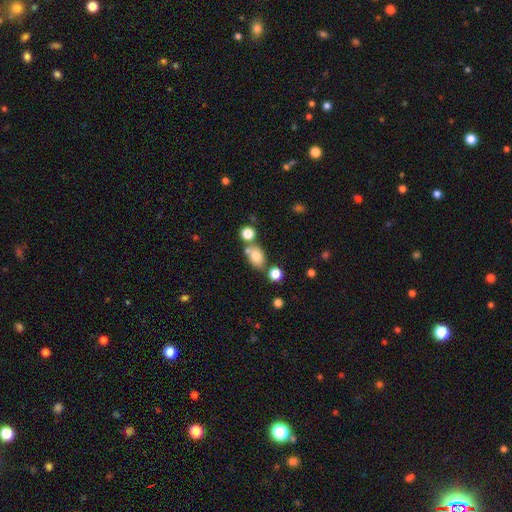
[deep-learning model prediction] This is likely a smooth galaxy (77%). How rounded: likely in between (75%). Merging: likely none (61%).